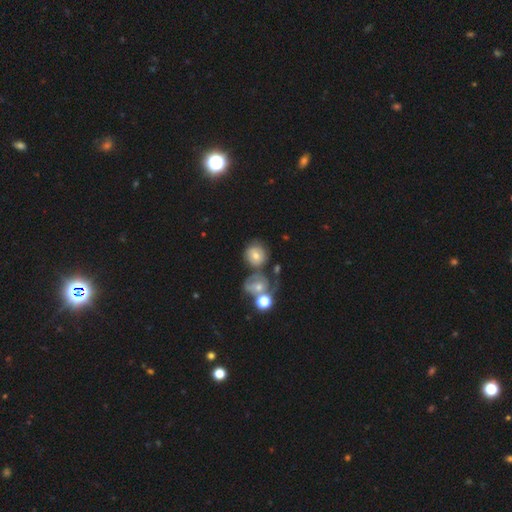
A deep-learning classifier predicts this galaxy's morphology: type=smooth (51%); roundness=round (84%); merging=none (56%).